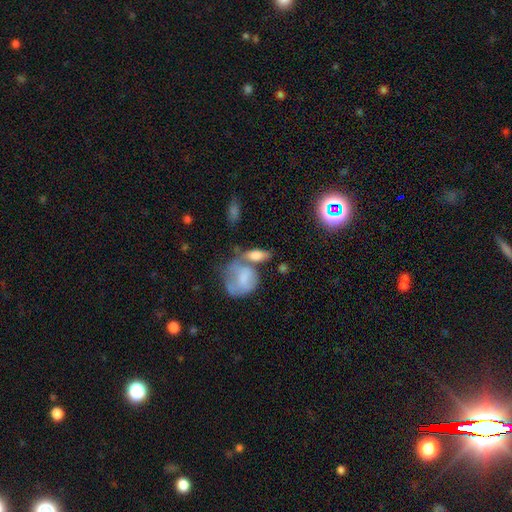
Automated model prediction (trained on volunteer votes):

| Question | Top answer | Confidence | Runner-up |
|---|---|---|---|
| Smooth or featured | smooth | 69% | featured or disk (22%) |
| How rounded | in between | 75% | round (14%) |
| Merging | merger | 39% | none (35%) |